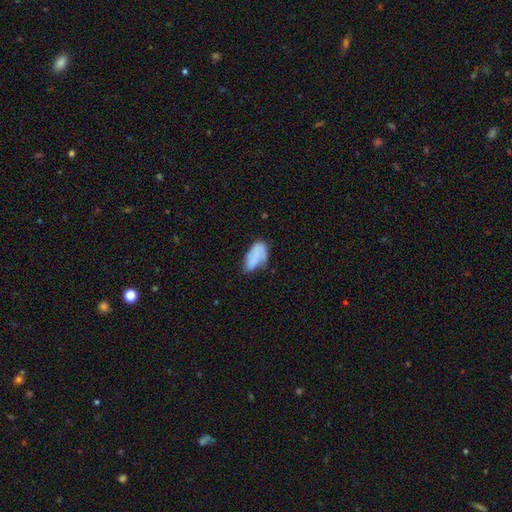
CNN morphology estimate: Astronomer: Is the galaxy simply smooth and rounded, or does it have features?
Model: smooth — 73%.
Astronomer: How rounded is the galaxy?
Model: in between — 92%.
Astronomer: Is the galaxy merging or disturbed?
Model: none — 41% (runner-up: minor disturbance, 36%).